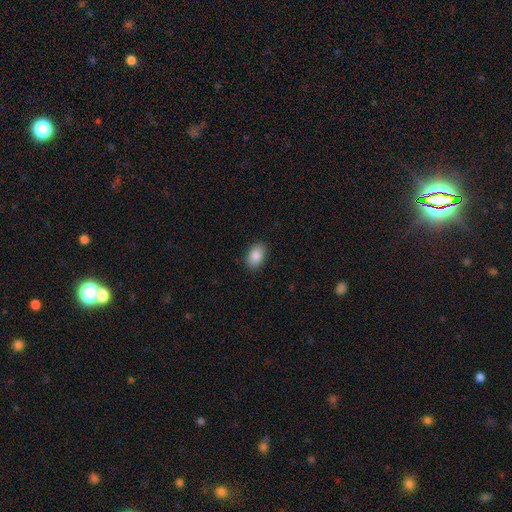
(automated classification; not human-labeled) A smooth galaxy with no disk features (88%) that is in between round and cigar-shaped (88%).

Vote fractions:
- Smooth or featured? smooth: 88% / star or artifact: 7% / featured or disk: 5%
- How rounded? in between: 88% / round: 11% / cigar-shaped: 1%
- Merging? none: 89% / minor disturbance: 8% / major disturbance: 2% / merger: 1%